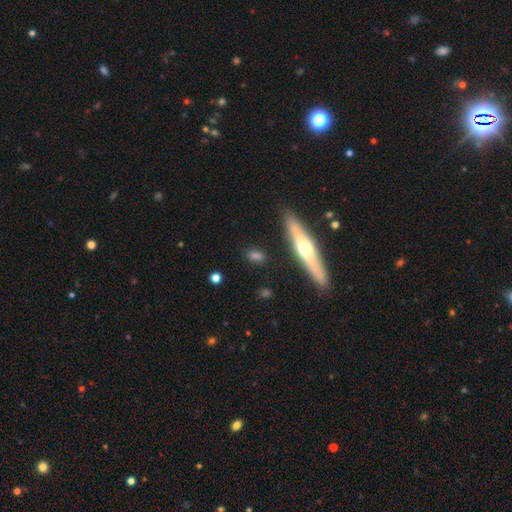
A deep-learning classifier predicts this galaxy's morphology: Smooth or featured?
  - smooth: 62% *
  - featured or disk: 28%
  - star or artifact: 10%
How rounded?
  - in between: 44% *
  - cigar-shaped: 34%
  - round: 22%
Merging?
  - none: 82% *
  - minor disturbance: 12%
  - major disturbance: 4%
  - merger: 3%